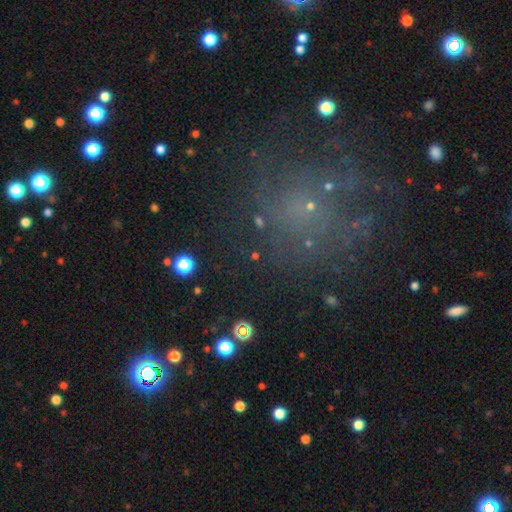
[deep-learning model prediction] smooth-or-featured: star or artifact: 44% | smooth: 34% | featured or disk: 22%